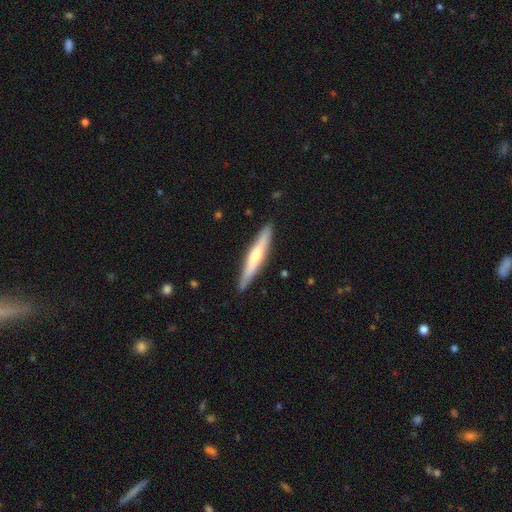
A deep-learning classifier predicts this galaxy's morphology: A featured or disk galaxy (54%) viewed edge-on (94%) with a rounded central bulge (76%).

Vote fractions:
- Smooth or featured? featured or disk: 54% / smooth: 41% / star or artifact: 6%
- Edge-on disk? yes: 94% / no: 6%
- Edge-on bulge? rounded: 76% / none: 17% / boxy: 7%
- Merging? none: 89% / minor disturbance: 8% / major disturbance: 2% / merger: 1%